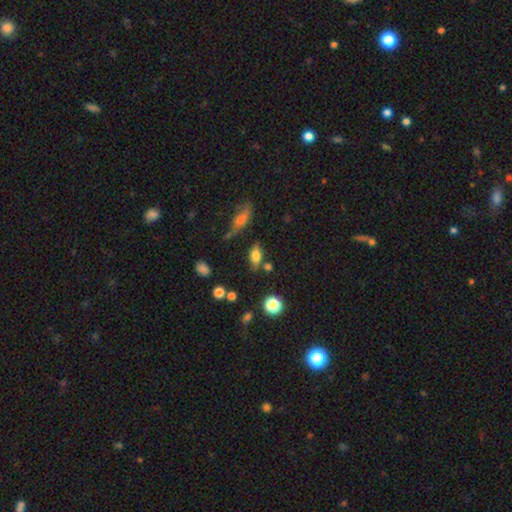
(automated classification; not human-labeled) Smooth or featured: smooth — 71% (featured or disk — 18%)
How rounded: in between — 81% (cigar-shaped — 11%)
Merging: none — 70% (minor disturbance — 16%)